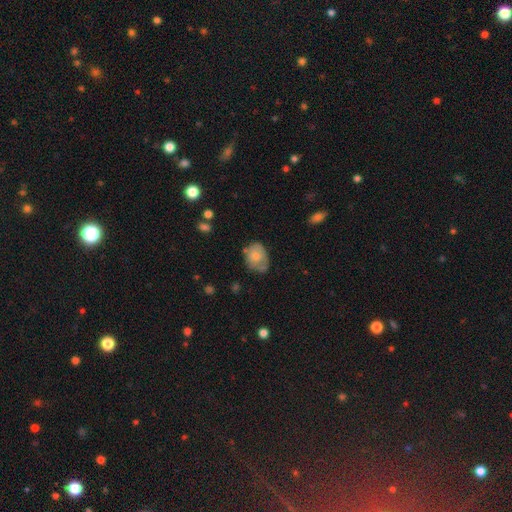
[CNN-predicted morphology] A smooth galaxy with no disk features (66%) that is in between round and cigar-shaped (63%).

Vote fractions:
- Smooth or featured? smooth: 66% / featured or disk: 26% / star or artifact: 8%
- How rounded? in between: 63% / round: 36% / cigar-shaped: 1%
- Merging? none: 49% / minor disturbance: 35% / major disturbance: 12% / merger: 4%